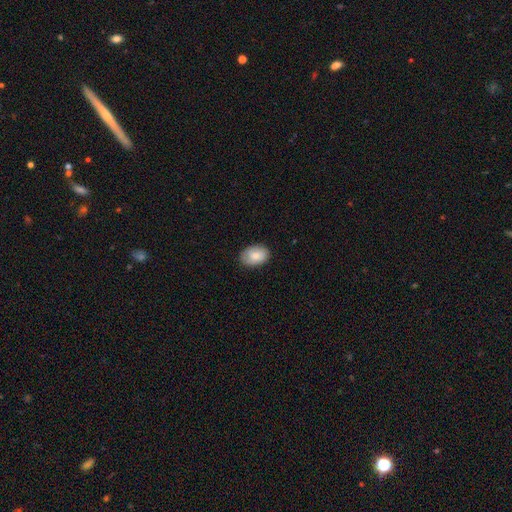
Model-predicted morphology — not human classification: This is clearly a smooth galaxy (82%). How rounded: clearly in between (83%). Merging: clearly none (84%).